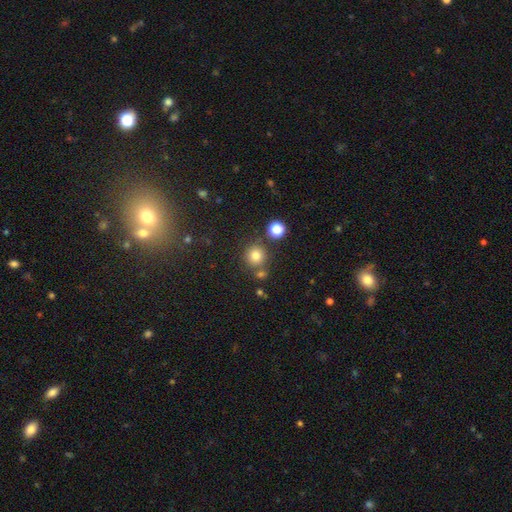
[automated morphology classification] This appears to be a smooth galaxy with no disk features (78%) that is round (92%). Merging: none (75%).